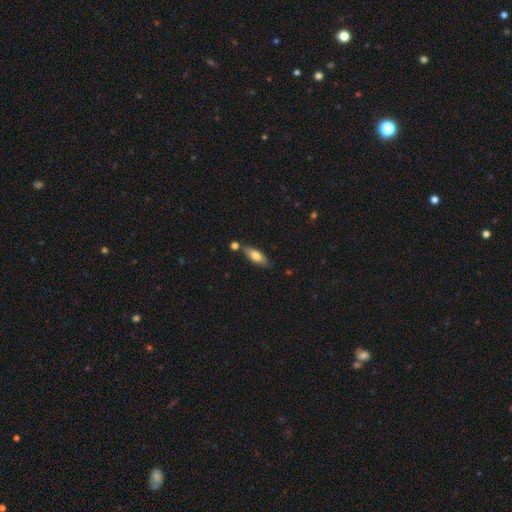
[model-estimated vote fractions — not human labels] This appears to be a smooth galaxy with no disk features (70%) that is in between round and cigar-shaped (68%). Merging: none (71%).